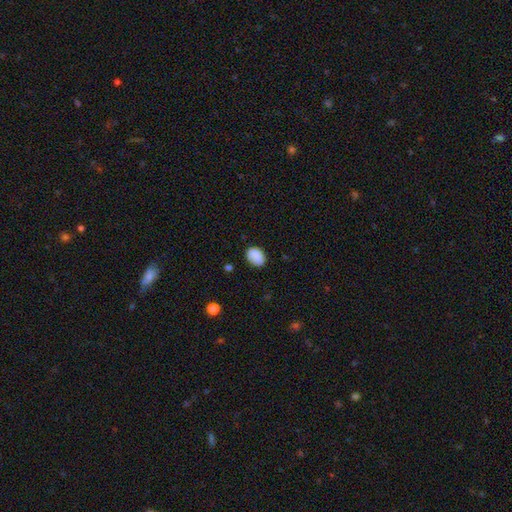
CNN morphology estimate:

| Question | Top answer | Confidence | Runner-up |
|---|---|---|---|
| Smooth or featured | smooth | 87% | star or artifact (8%) |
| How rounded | in between | 70% | round (29%) |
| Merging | none | 77% | minor disturbance (18%) |